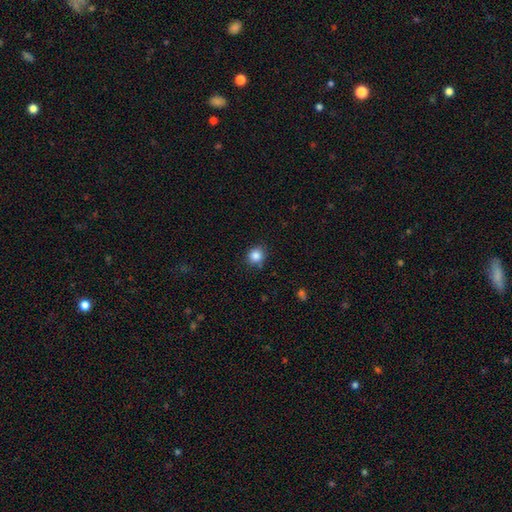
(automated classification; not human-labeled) smooth 85%, star or artifact 11%, featured or disk 4%. Down the decision tree: how rounded — round (85%); merging — none (83%).